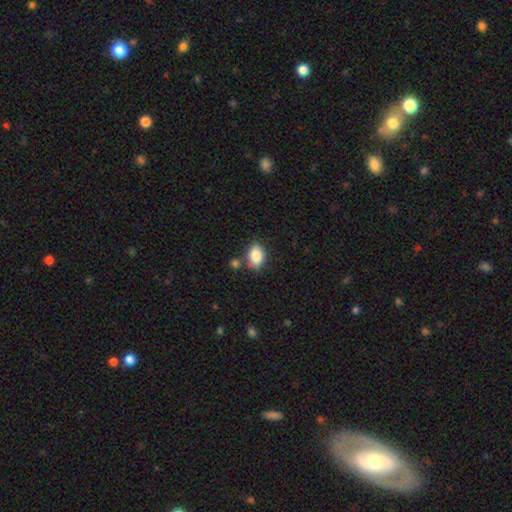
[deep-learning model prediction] A smooth galaxy with no disk features (85%) that is in between round and cigar-shaped (82%). Merging: none (71%).